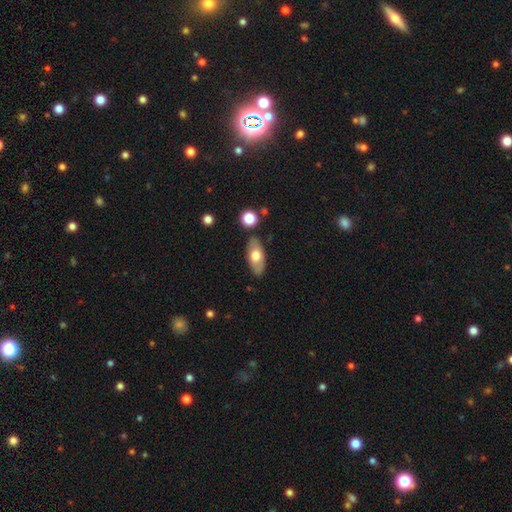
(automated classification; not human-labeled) A smooth galaxy with no disk features (62%) that is in between round and cigar-shaped (88%). Merging: none (83%).